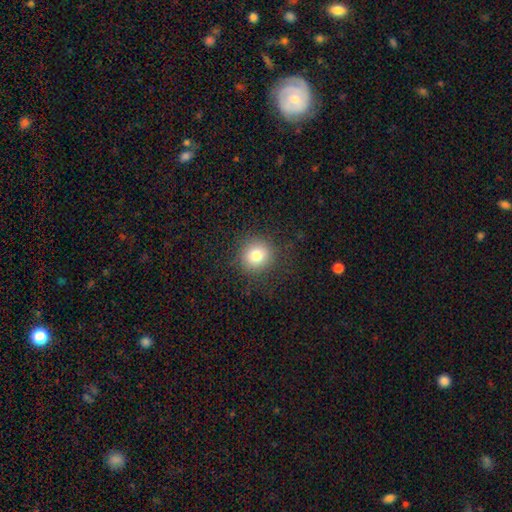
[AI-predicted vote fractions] Smooth or featured: smooth — 80% (star or artifact — 12%)
How rounded: round — 91% (in between — 8%)
Merging: none — 88% (minor disturbance — 8%)